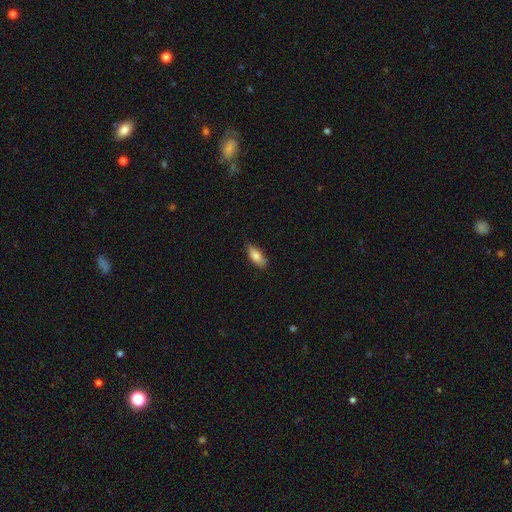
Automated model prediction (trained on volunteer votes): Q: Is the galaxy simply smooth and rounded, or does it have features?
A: smooth — 81%.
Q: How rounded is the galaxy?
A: in between — 76%.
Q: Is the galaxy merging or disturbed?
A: none — 81%.